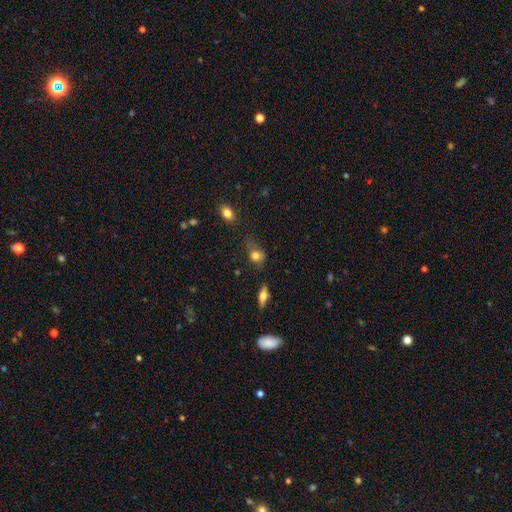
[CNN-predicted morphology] A smooth galaxy with no disk features (79%) that is round (51%).

Vote fractions:
- Smooth or featured? smooth: 79% / star or artifact: 10% / featured or disk: 10%
- How rounded? round: 51% / in between: 47% / cigar-shaped: 2%
- Merging? none: 46% / minor disturbance: 34% / major disturbance: 16% / merger: 4%